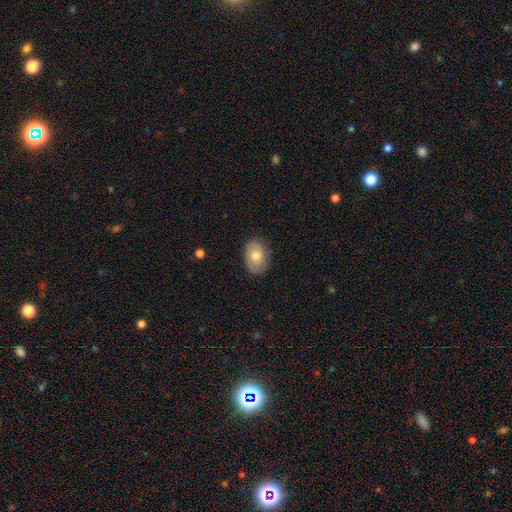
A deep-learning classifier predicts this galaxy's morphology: Smooth or featured: smooth — 75% (featured or disk — 18%)
How rounded: in between — 78% (round — 20%)
Merging: none — 80% (minor disturbance — 15%)